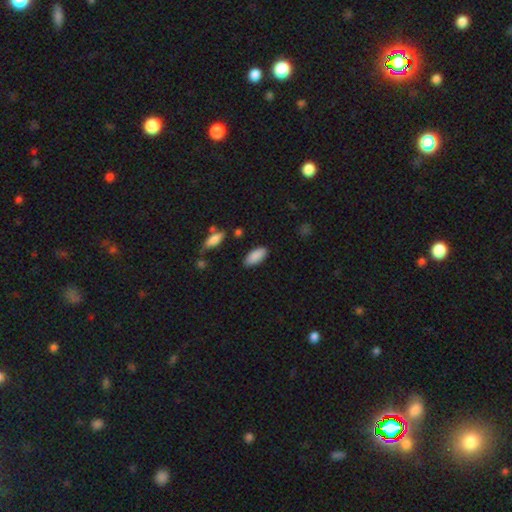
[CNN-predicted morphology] Smooth or featured?
  - smooth: 89% *
  - star or artifact: 6%
  - featured or disk: 5%
How rounded?
  - in between: 88% *
  - cigar-shaped: 10%
  - round: 2%
Merging?
  - none: 86% *
  - minor disturbance: 10%
  - major disturbance: 2%
  - merger: 2%